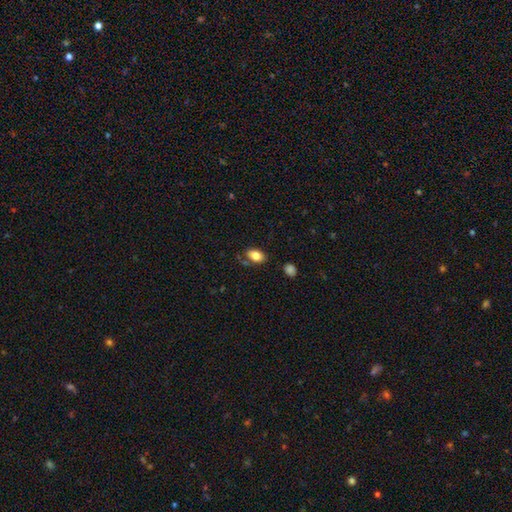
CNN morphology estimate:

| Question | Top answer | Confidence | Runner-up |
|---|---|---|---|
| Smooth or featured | smooth | 82% | featured or disk (10%) |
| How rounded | in between | 89% | round (10%) |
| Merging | none | 74% | minor disturbance (17%) |